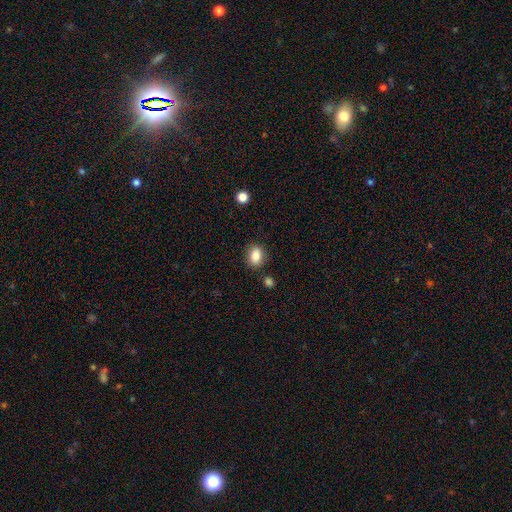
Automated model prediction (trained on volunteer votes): smooth_or_featured: smooth (p=0.85) [alt: star or artifact p=0.09]
how_rounded: in between (p=0.59) [alt: round p=0.40]
merging: none (p=0.83) [alt: minor disturbance p=0.11]